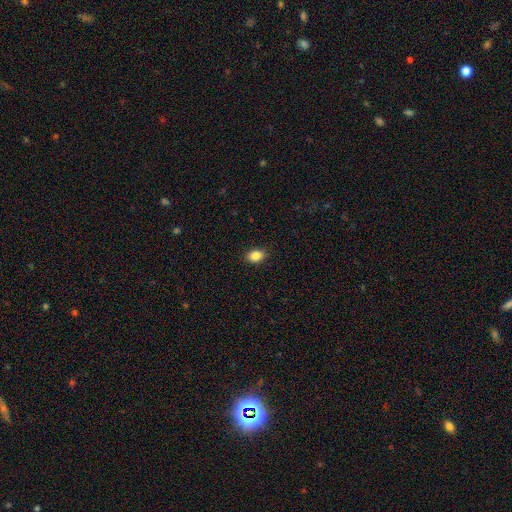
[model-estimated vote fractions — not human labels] Smooth or featured? Predicted: smooth (p=0.86). How rounded? Predicted: in between (p=0.74). Merging? Predicted: none (p=0.89).